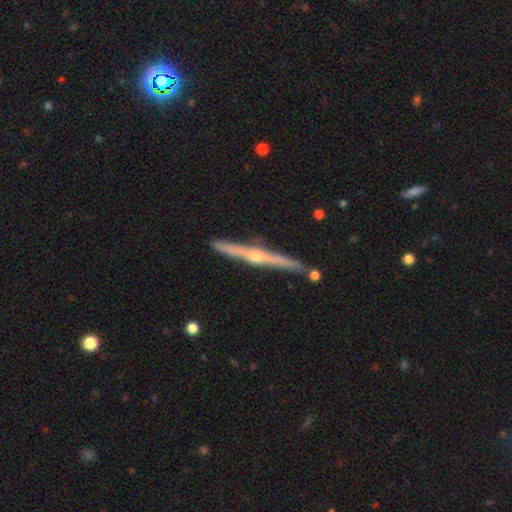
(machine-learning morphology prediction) This appears to be a featured or disk galaxy (81%) viewed edge-on (98%) with a rounded central bulge (87%). Merging: none (87%).